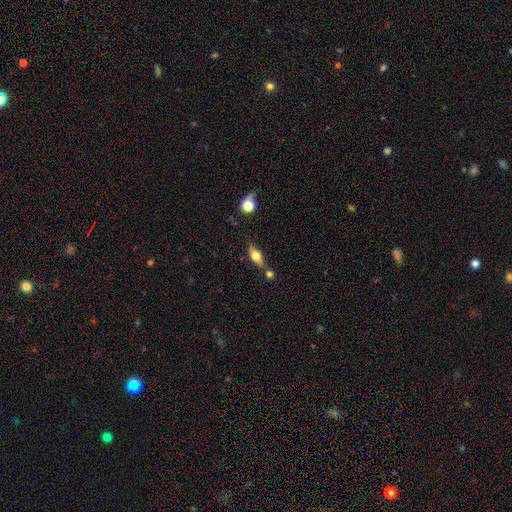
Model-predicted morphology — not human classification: Smooth or featured: smooth — 54% (featured or disk — 37%)
How rounded: in between — 70% (cigar-shaped — 21%)
Merging: none — 63% (merger — 16%)